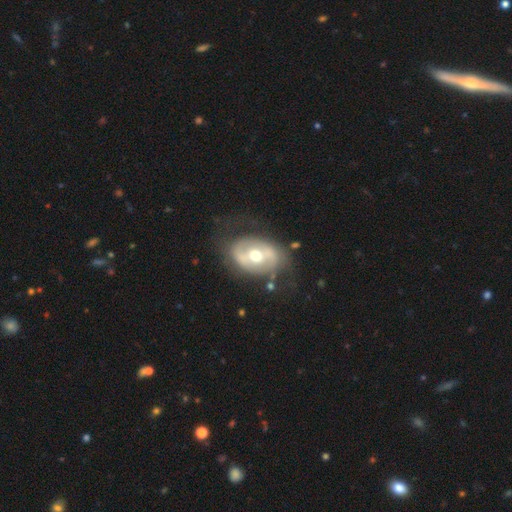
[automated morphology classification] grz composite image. It shows a featured or disk galaxy (68%) with no bar (38%), no spiral arms (52%) and a moderate central bulge (72%). Merging: none (66%).